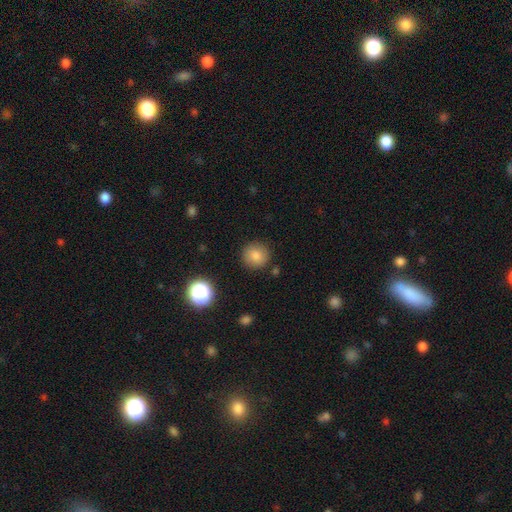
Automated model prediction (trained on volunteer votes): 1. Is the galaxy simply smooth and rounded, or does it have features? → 82% smooth, 11% star or artifact, 7% featured or disk.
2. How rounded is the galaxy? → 93% round, 6% in between, 1% cigar-shaped.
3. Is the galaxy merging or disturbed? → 88% none, 8% minor disturbance, 2% major disturbance, 2% merger.